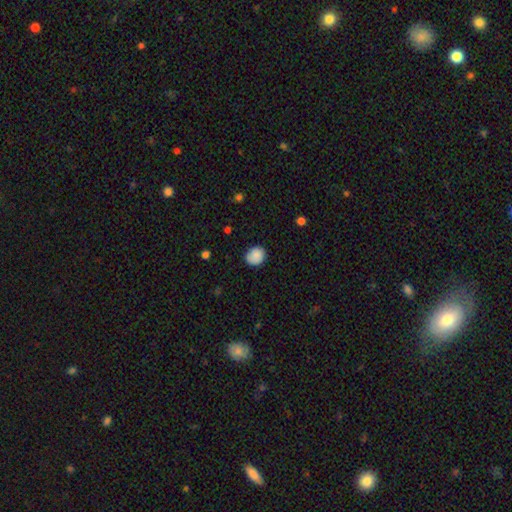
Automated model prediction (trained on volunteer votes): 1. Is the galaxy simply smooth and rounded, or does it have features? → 86% smooth, 8% star or artifact, 6% featured or disk.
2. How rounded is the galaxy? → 73% round, 27% in between, 1% cigar-shaped.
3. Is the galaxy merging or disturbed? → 79% none, 17% minor disturbance, 3% major disturbance, 1% merger.